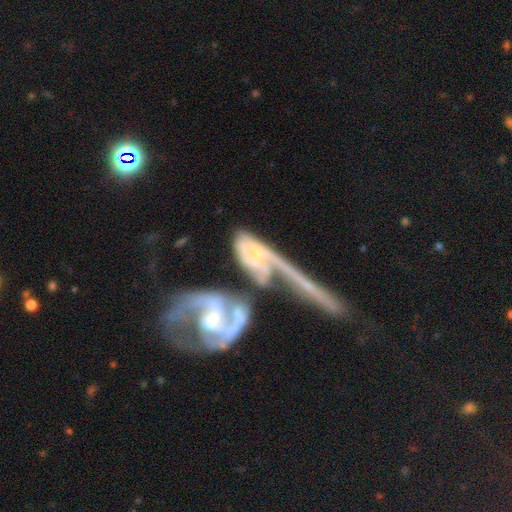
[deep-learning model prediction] Morphology: type=featured or disk (71%); edge-on=no (89%); bar=no (63%); spiral arms=yes (71%); bulge=small (43%); merging=merger (60%).